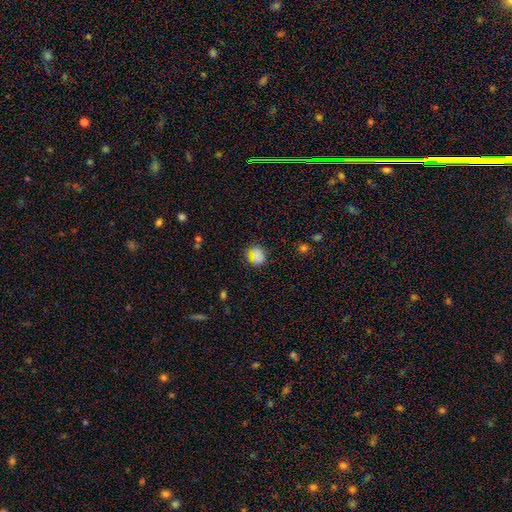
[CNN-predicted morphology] smooth-or-featured: smooth: 67% | star or artifact: 26% | featured or disk: 7%
  how-rounded: round: 73% | in between: 25% | cigar-shaped: 2%
  merging: none: 75% | minor disturbance: 15% | major disturbance: 6% | merger: 4%